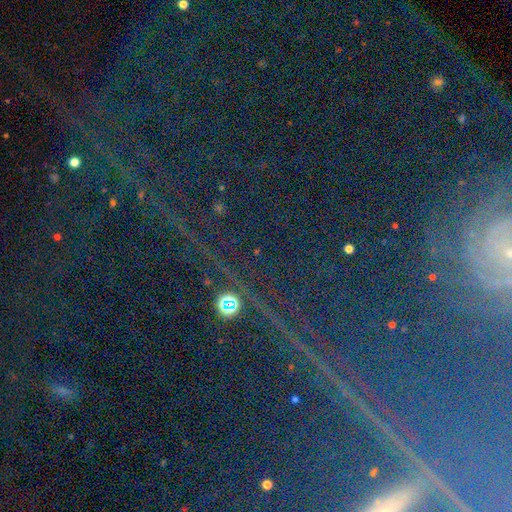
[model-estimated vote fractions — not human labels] Smooth or featured? Predicted: star or artifact (p=0.85).